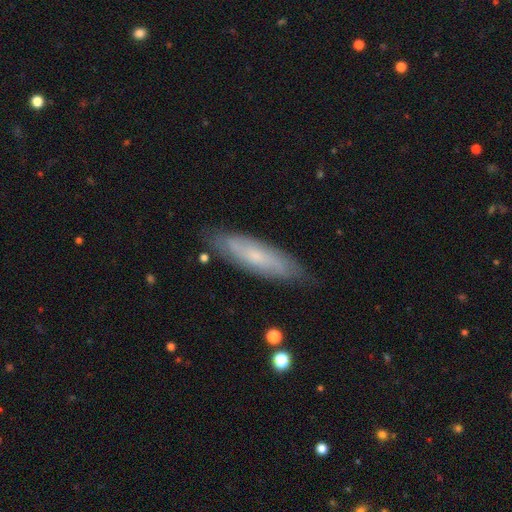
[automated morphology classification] smooth-or-featured: featured or disk: 50% | smooth: 43% | star or artifact: 7%
  merging: none: 80% | minor disturbance: 15% | major disturbance: 3% | merger: 2%